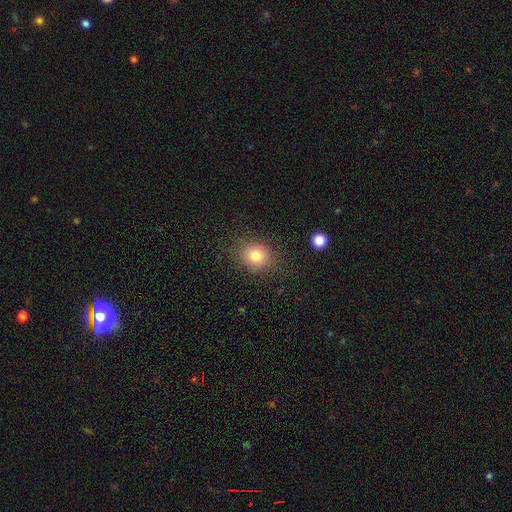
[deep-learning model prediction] smooth_or_featured: smooth (p=0.79) [alt: star or artifact p=0.12]
how_rounded: round (p=0.71) [alt: in between p=0.28]
merging: none (p=0.83) [alt: minor disturbance p=0.11]